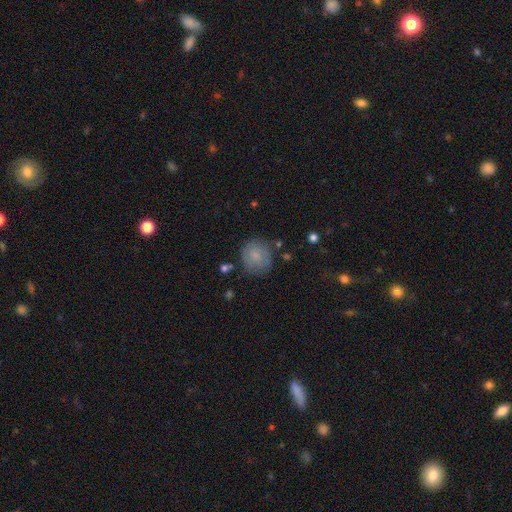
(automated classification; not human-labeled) Overall: smooth (77%). How rounded: round (87%). Merging: none (73%).